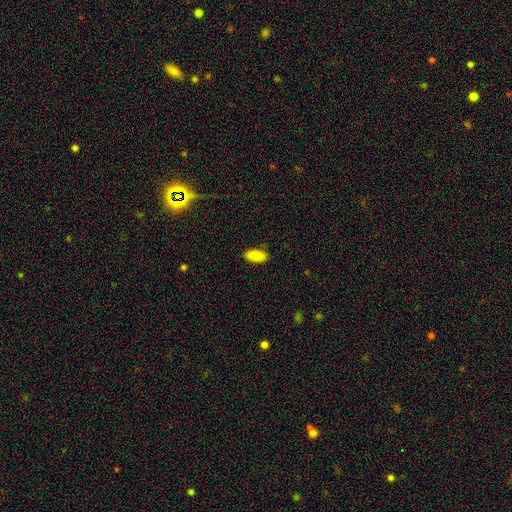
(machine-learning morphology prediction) smooth-or-featured: smooth: 88% | star or artifact: 7% | featured or disk: 5%
  how-rounded: in between: 90% | cigar-shaped: 8% | round: 2%
  merging: none: 87% | minor disturbance: 10% | major disturbance: 2% | merger: 1%